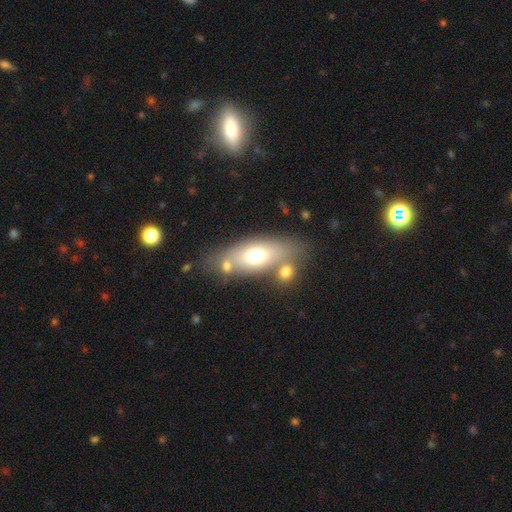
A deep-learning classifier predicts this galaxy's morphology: type=smooth (66%); roundness=in between (77%); merging=none (57%).